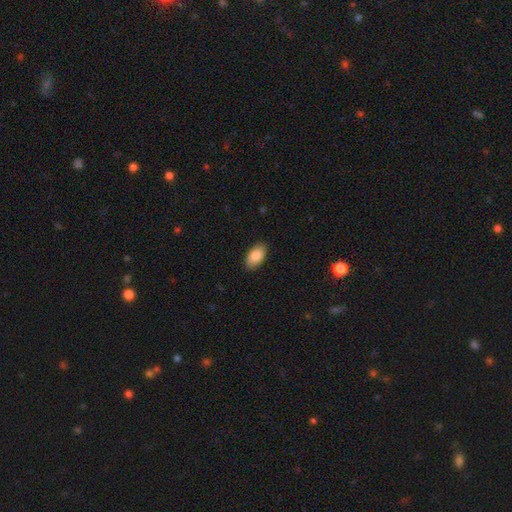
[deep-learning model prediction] Smooth or featured: smooth — 87% (featured or disk — 6%)
How rounded: in between — 95% (round — 3%)
Merging: none — 88% (minor disturbance — 9%)